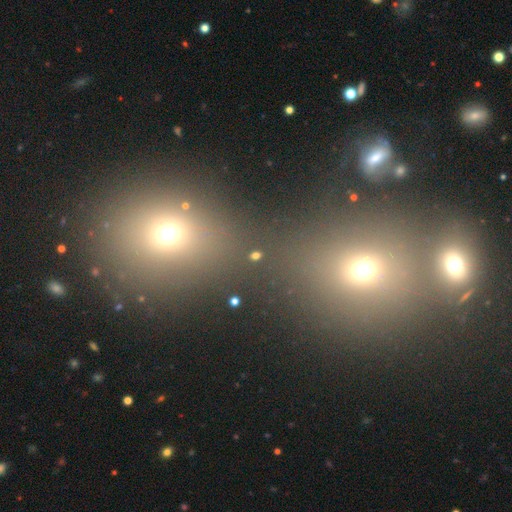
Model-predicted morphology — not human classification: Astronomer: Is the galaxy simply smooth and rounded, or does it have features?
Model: smooth — 58% (runner-up: star or artifact, 34%).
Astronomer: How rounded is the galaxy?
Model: round — 53% (runner-up: in between, 42%).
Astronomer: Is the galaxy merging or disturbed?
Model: none — 82%.